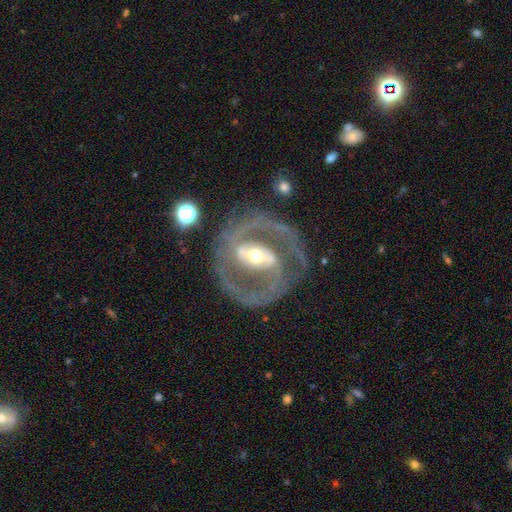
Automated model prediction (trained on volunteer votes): This is clearly a featured or disk galaxy (90%). It is clearly not viewed edge-on (95%). Bar: likely strong (65%). Spiral arm pattern: clearly yes (91%). Spiral arm count: clearly 2 (83%). Spiral winding: possibly tight (50%). Central bulge: possibly moderate (53%). Merging: likely none (76%).